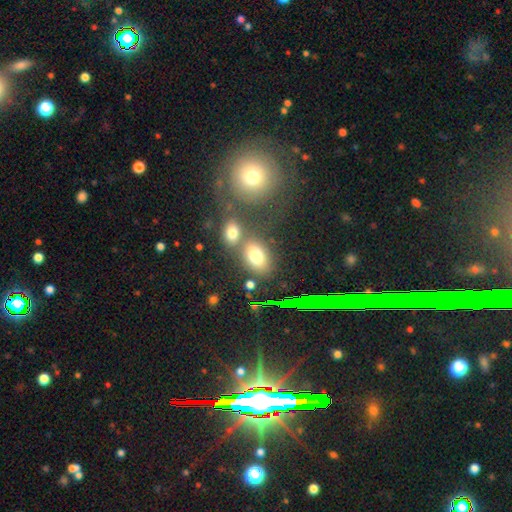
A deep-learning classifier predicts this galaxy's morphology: This appears to be a smooth galaxy with no disk features (71%) that is in between round and cigar-shaped (77%). Merging: none (61%).